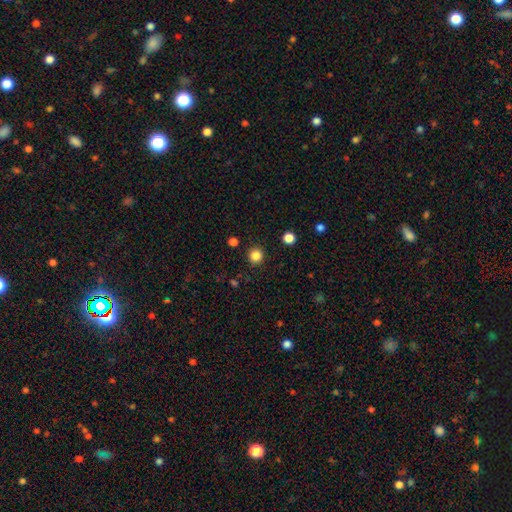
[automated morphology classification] type=smooth (84%); roundness=round (95%); merging=none (92%).